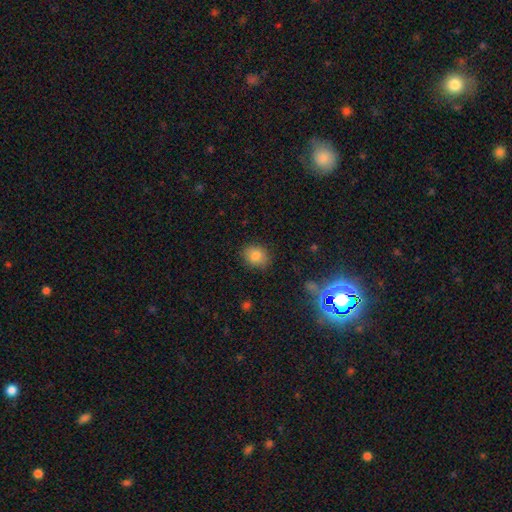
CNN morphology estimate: Smooth or featured? Predicted: smooth (p=0.82). How rounded? Predicted: in between (p=0.52). Merging? Predicted: none (p=0.85).